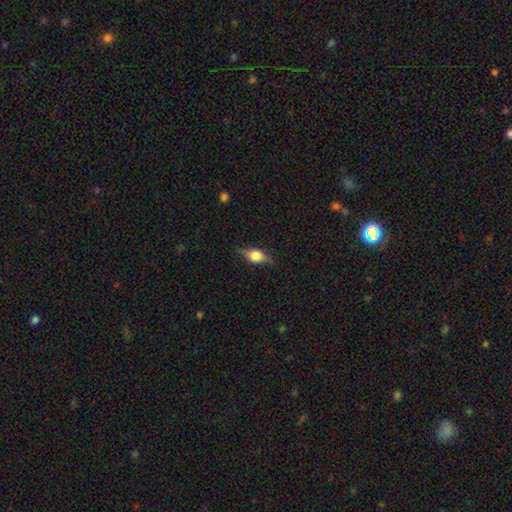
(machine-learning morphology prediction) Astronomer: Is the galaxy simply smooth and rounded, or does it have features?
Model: smooth — 53% (runner-up: featured or disk, 39%).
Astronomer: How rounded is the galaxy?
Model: in between — 72%.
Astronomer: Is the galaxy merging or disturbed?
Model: none — 77%.